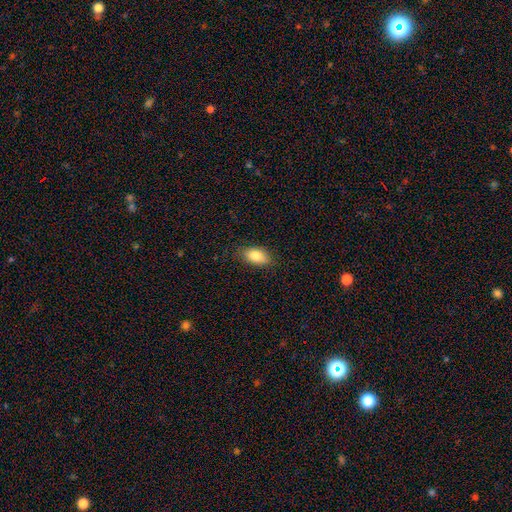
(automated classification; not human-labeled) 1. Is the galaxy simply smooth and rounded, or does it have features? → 83% smooth, 10% featured or disk, 7% star or artifact.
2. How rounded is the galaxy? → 89% in between, 6% cigar-shaped, 5% round.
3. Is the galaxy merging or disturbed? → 82% none, 14% minor disturbance, 3% major disturbance, 1% merger.